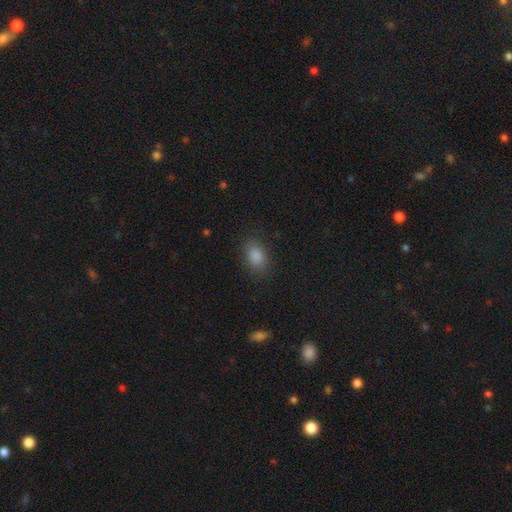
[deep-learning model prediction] This appears to be a smooth galaxy with no disk features (84%) that is in between round and cigar-shaped (79%). Merging: none (84%).